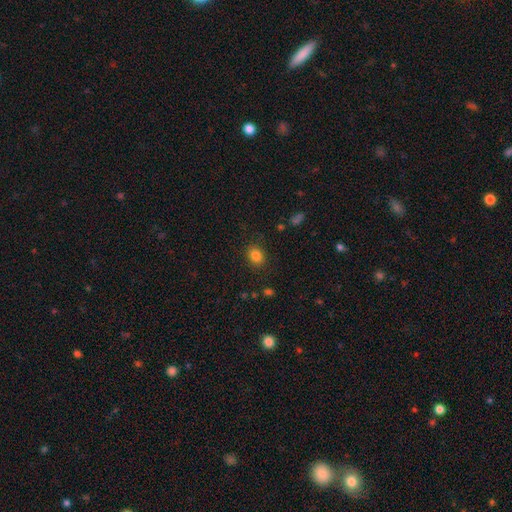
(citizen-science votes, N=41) smooth 98%, star or artifact 2%, featured or disk 0%. Down the decision tree: how rounded — in between (57%); merging — none (92%).